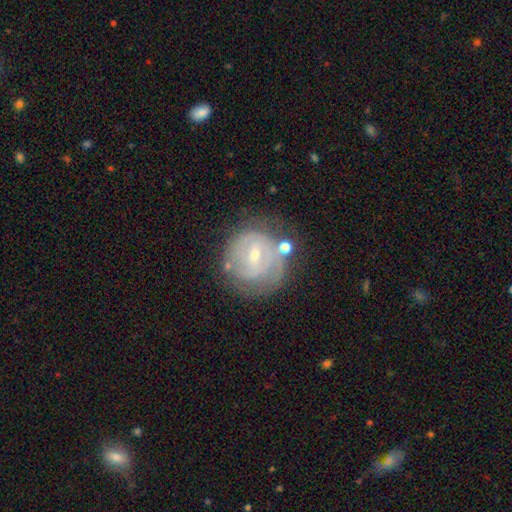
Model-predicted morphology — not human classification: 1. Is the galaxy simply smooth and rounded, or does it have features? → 76% featured or disk, 17% smooth, 7% star or artifact.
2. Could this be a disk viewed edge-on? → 97% no, 3% yes.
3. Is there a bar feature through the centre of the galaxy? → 55% weak, 28% no, 17% strong.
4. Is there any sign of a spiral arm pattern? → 86% yes, 14% no.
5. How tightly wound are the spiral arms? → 64% tight, 28% medium, 8% loose.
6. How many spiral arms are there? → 37% can't tell, 36% 2, 14% 3, 5% 1, 5% 4, 3% more than 4.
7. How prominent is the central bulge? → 65% small, 31% moderate, 2% none, 1% large, 1% dominant.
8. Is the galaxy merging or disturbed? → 65% none, 19% minor disturbance, 9% major disturbance, 7% merger.